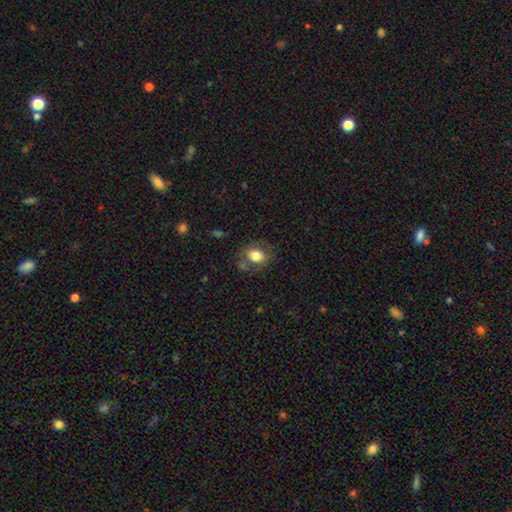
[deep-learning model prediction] smooth 77%, featured or disk 14%, star or artifact 9%. Down the decision tree: how rounded — in between (64%); merging — none (66%).